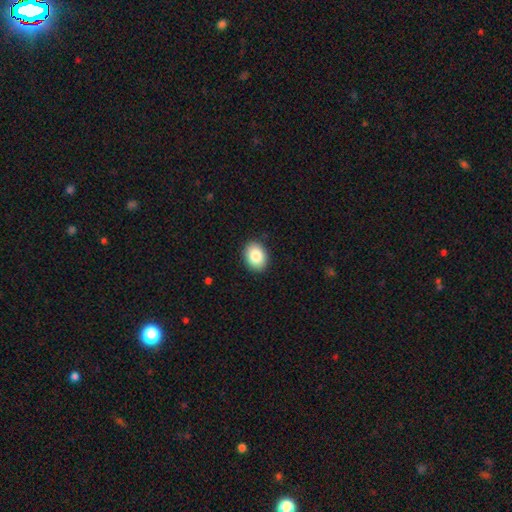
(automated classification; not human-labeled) A smooth galaxy with no disk features (87%) that is in between round and cigar-shaped (67%).

Vote fractions:
- Smooth or featured? smooth: 87% / star or artifact: 8% / featured or disk: 6%
- How rounded? in between: 67% / round: 32% / cigar-shaped: 1%
- Merging? none: 89% / minor disturbance: 8% / major disturbance: 2% / merger: 1%